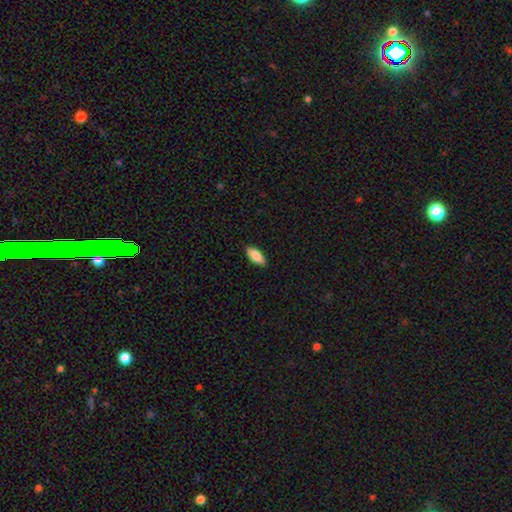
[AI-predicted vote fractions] Smooth or featured? Predicted: smooth (p=0.84). How rounded? Predicted: in between (p=0.83). Merging? Predicted: none (p=0.89).